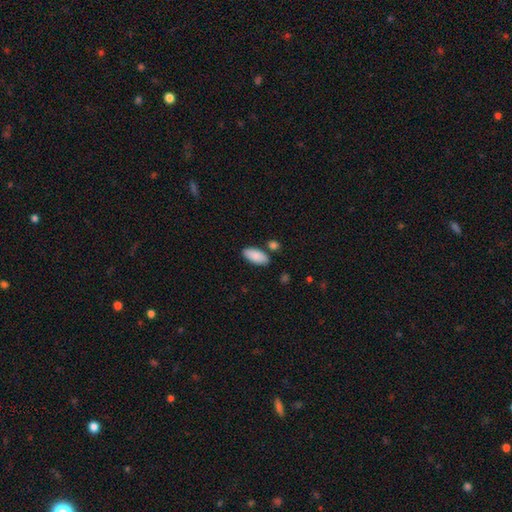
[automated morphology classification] Smooth or featured?
  - smooth: 89% *
  - featured or disk: 6%
  - star or artifact: 6%
How rounded?
  - in between: 92% *
  - cigar-shaped: 6%
  - round: 2%
Merging?
  - none: 80% *
  - minor disturbance: 11%
  - merger: 7%
  - major disturbance: 3%